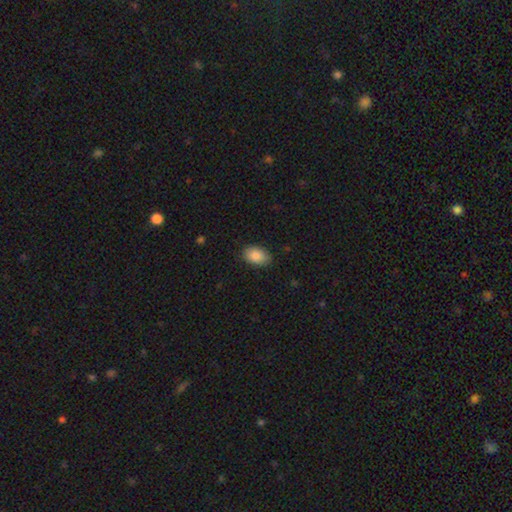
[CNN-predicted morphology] This appears to be a smooth galaxy with no disk features (88%) that is in between round and cigar-shaped (91%). Merging: none (85%).